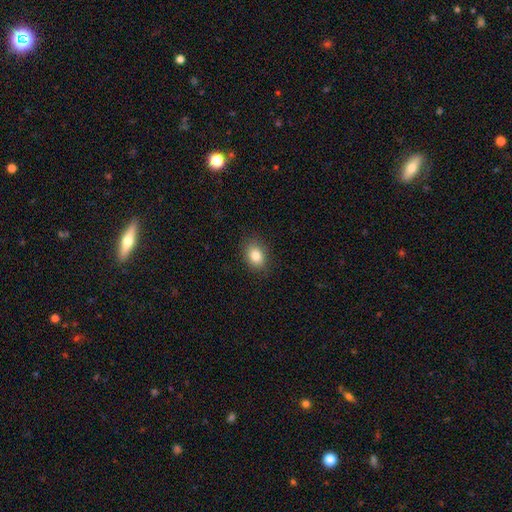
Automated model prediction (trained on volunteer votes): Q: Smooth or featured?
A: smooth (84%); runner-up: star or artifact (9%)
Q: How rounded?
A: in between (70%); runner-up: round (28%)
Q: Merging?
A: none (86%); runner-up: minor disturbance (10%)